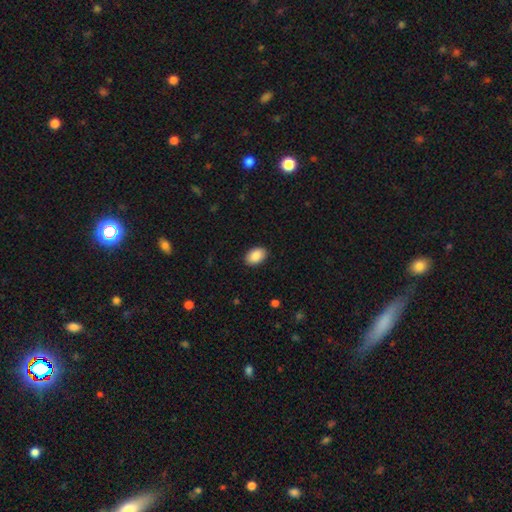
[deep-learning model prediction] Smooth or featured? smooth (89%)
How rounded? in between (89%)
Merging? none (90%)